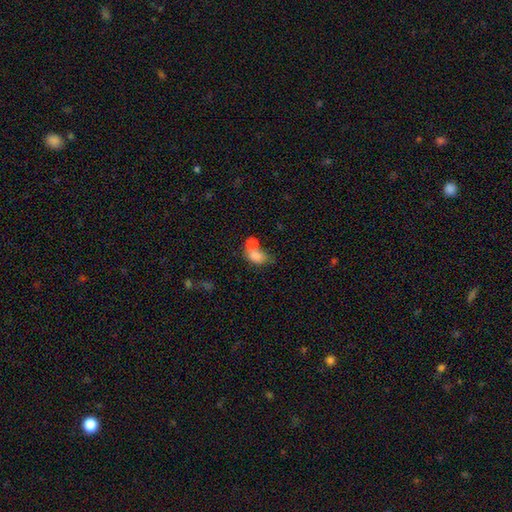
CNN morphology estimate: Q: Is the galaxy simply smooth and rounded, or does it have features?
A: smooth — 79%.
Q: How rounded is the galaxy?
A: in between — 72%.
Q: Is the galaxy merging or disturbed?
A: merger — 51%.